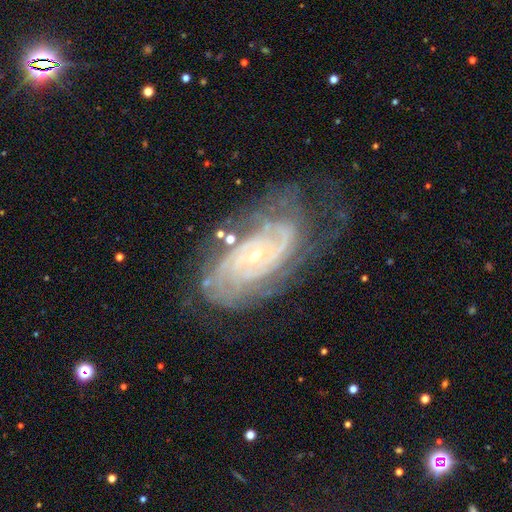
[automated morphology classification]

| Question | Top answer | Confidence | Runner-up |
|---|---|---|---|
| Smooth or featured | featured or disk | 88% | star or artifact (6%) |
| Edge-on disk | no | 95% | yes (5%) |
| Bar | no | 69% | weak (23%) |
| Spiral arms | yes | 97% | no (3%) |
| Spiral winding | tight | 74% | medium (21%) |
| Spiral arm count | can't tell | 29% | 2 (27%) |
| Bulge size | small | 73% | moderate (24%) |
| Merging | none | 62% | minor disturbance (23%) |